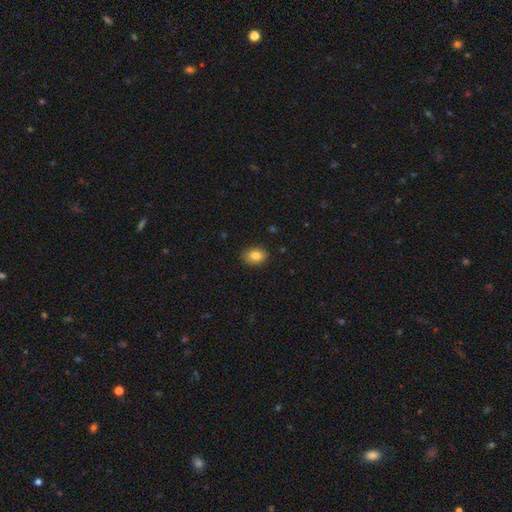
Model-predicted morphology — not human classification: smooth_or_featured: smooth (p=0.83) [alt: featured or disk p=0.09]
how_rounded: in between (p=0.74) [alt: round p=0.25]
merging: none (p=0.88) [alt: minor disturbance p=0.09]